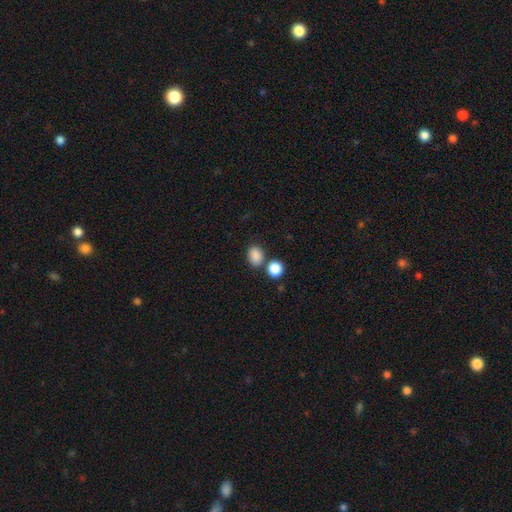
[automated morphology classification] Smooth or featured? Predicted: smooth (p=0.87). How rounded? Predicted: in between (p=0.62). Merging? Predicted: none (p=0.68).